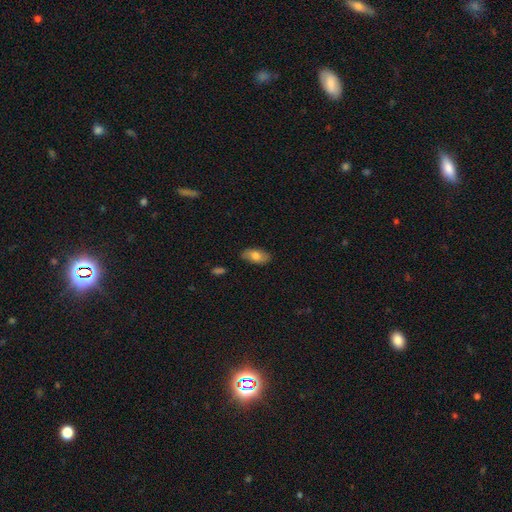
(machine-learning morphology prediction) Smooth or featured? Predicted: smooth (p=0.76). How rounded? Predicted: in between (p=0.92). Merging? Predicted: none (p=0.83).